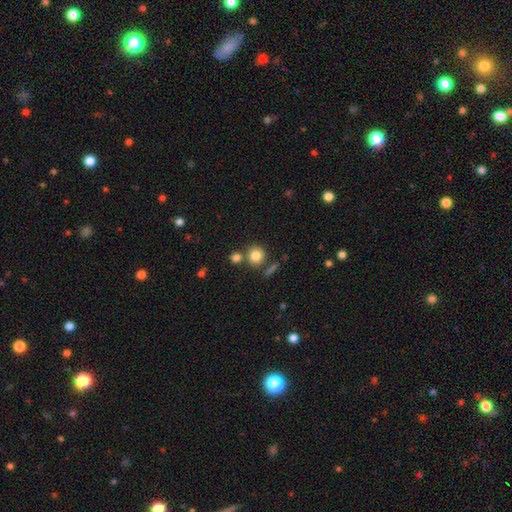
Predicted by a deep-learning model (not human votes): Q: Smooth or featured?
A: smooth (81%); runner-up: star or artifact (11%)
Q: How rounded?
A: round (89%); runner-up: in between (10%)
Q: Merging?
A: none (70%); runner-up: merger (18%)